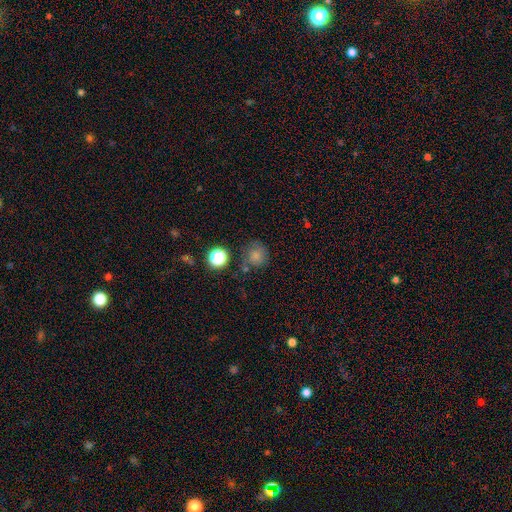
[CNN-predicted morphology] Smooth or featured?
  - smooth: 76% *
  - star or artifact: 16%
  - featured or disk: 8%
How rounded?
  - round: 88% *
  - in between: 11%
  - cigar-shaped: 1%
Merging?
  - none: 69% *
  - minor disturbance: 18%
  - merger: 7%
  - major disturbance: 6%